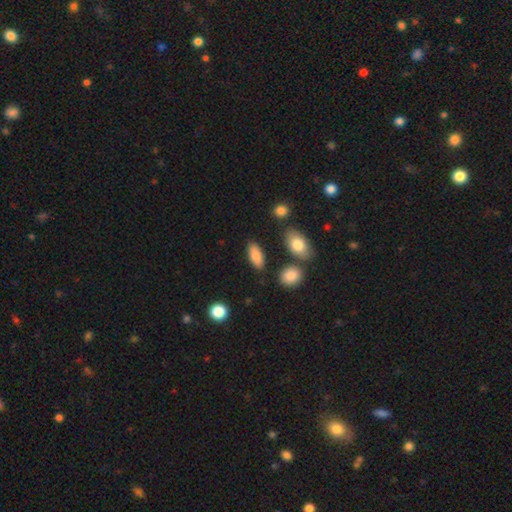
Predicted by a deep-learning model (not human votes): A smooth galaxy with no disk features (83%) that is in between round and cigar-shaped (84%).

Vote fractions:
- Smooth or featured? smooth: 83% / featured or disk: 10% / star or artifact: 7%
- How rounded? in between: 84% / cigar-shaped: 12% / round: 3%
- Merging? none: 83% / minor disturbance: 10% / merger: 4% / major disturbance: 3%